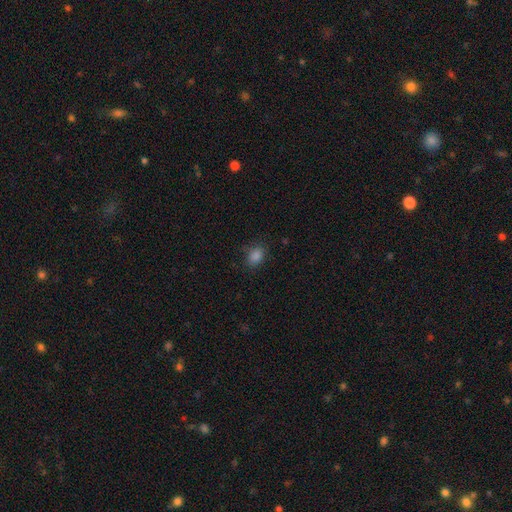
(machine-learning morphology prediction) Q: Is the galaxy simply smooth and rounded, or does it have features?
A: smooth — 85%.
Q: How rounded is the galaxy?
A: in between — 72%.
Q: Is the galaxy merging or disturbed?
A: none — 78%.